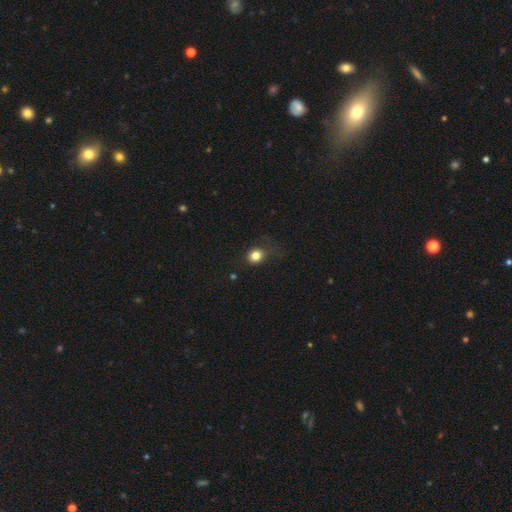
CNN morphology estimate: A smooth galaxy with no disk features (82%) that is round (76%).

Vote fractions:
- Smooth or featured? smooth: 82% / star or artifact: 12% / featured or disk: 6%
- How rounded? round: 76% / in between: 23% / cigar-shaped: 1%
- Merging? none: 69% / minor disturbance: 20% / major disturbance: 9% / merger: 2%